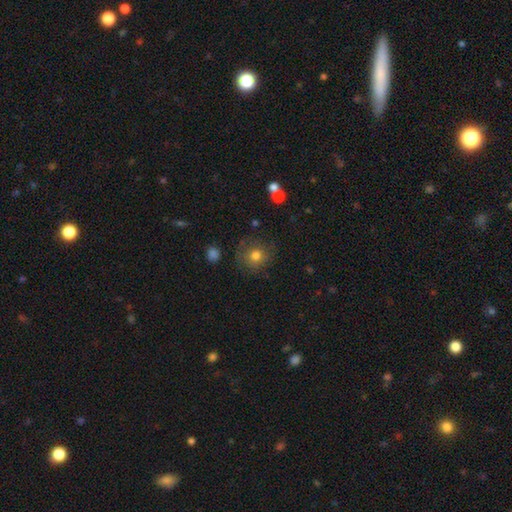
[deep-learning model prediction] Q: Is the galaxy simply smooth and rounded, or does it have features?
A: smooth — 78%.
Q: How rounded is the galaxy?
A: round — 89%.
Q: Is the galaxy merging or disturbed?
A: none — 79%.